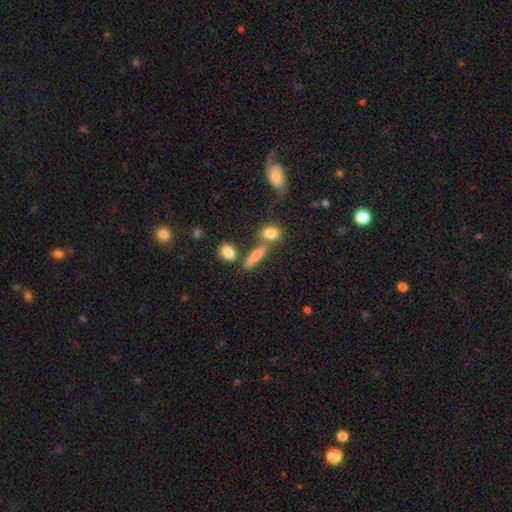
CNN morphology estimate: Smooth or featured? Predicted: smooth (p=0.77). How rounded? Predicted: cigar-shaped (p=0.56). Merging? Predicted: none (p=0.57).